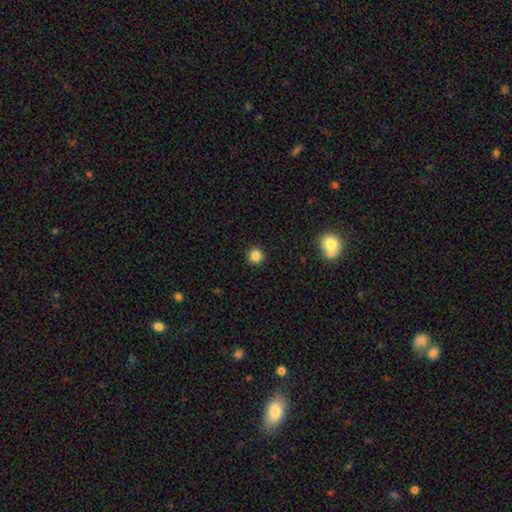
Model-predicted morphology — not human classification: Smooth or featured? Predicted: smooth (p=0.85). How rounded? Predicted: round (p=0.95). Merging? Predicted: none (p=0.92).